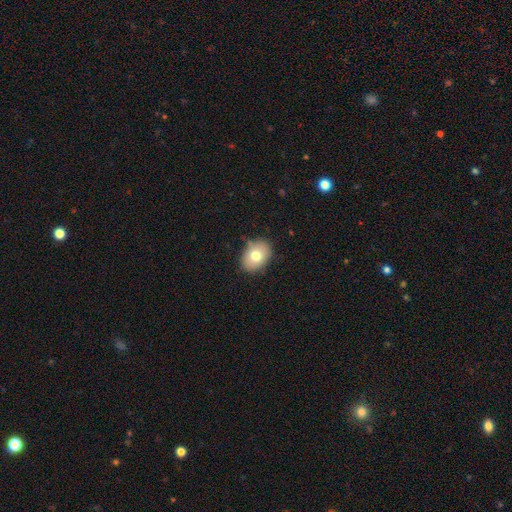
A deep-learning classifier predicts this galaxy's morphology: Smooth or featured: smooth — 74% (featured or disk — 17%)
How rounded: in between — 71% (round — 28%)
Merging: none — 80% (minor disturbance — 16%)